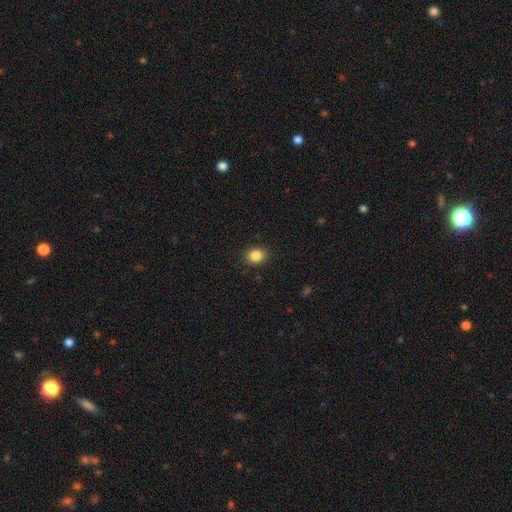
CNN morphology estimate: A smooth galaxy with no disk features (85%) that is round (61%).

Vote fractions:
- Smooth or featured? smooth: 85% / star or artifact: 10% / featured or disk: 4%
- How rounded? round: 61% / in between: 38% / cigar-shaped: 1%
- Merging? none: 89% / minor disturbance: 7% / major disturbance: 2% / merger: 1%